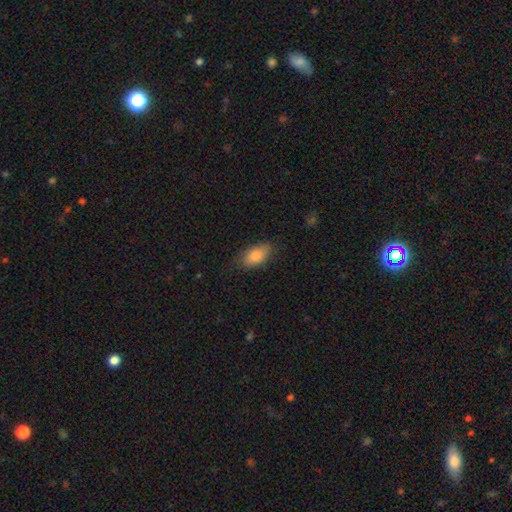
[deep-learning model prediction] A smooth galaxy with no disk features (81%) that is in between round and cigar-shaped (89%).

Vote fractions:
- Smooth or featured? smooth: 81% / featured or disk: 11% / star or artifact: 7%
- How rounded? in between: 89% / cigar-shaped: 6% / round: 5%
- Merging? none: 80% / minor disturbance: 16% / major disturbance: 3% / merger: 1%